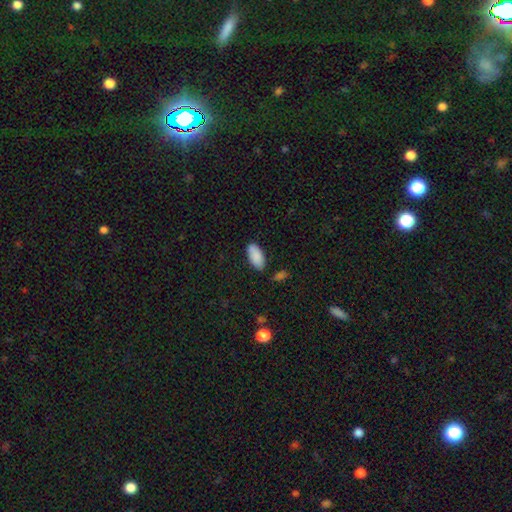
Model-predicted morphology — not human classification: Smooth or featured? Predicted: smooth (p=0.89). How rounded? Predicted: in between (p=0.91). Merging? Predicted: none (p=0.79).